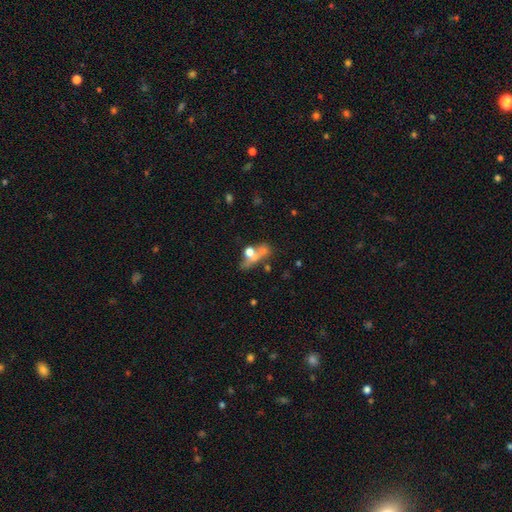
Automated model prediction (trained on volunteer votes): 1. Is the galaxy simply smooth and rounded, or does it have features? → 50% smooth, 34% featured or disk, 16% star or artifact.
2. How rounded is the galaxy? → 49% in between, 37% round, 15% cigar-shaped.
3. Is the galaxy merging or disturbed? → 47% merger, 27% none, 14% major disturbance, 12% minor disturbance.